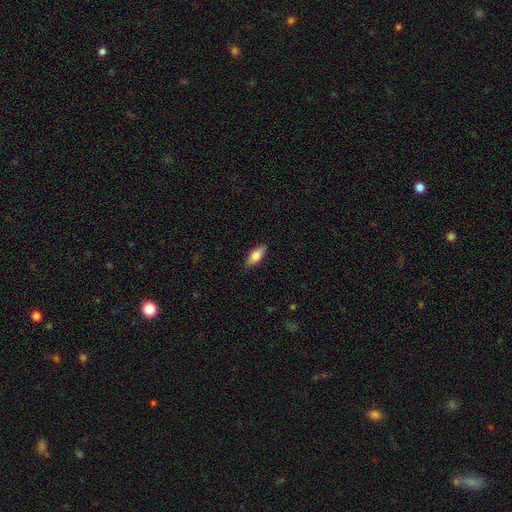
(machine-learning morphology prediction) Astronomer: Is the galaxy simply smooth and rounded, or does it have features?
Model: smooth — 77%.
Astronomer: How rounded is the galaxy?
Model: in between — 77%.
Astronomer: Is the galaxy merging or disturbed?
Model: none — 87%.